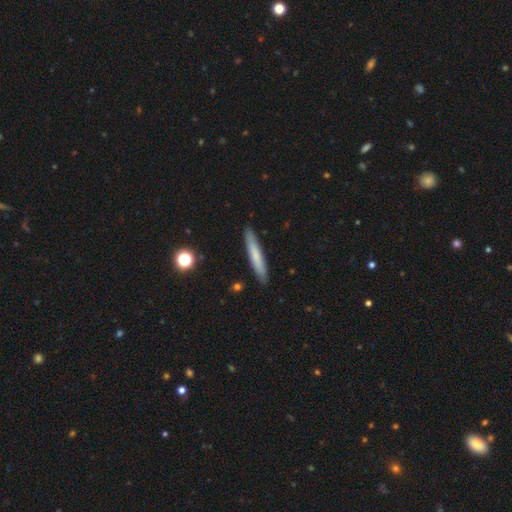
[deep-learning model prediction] Smooth or featured? Predicted: smooth (p=0.68). How rounded? Predicted: cigar-shaped (p=0.94). Merging? Predicted: none (p=0.90).